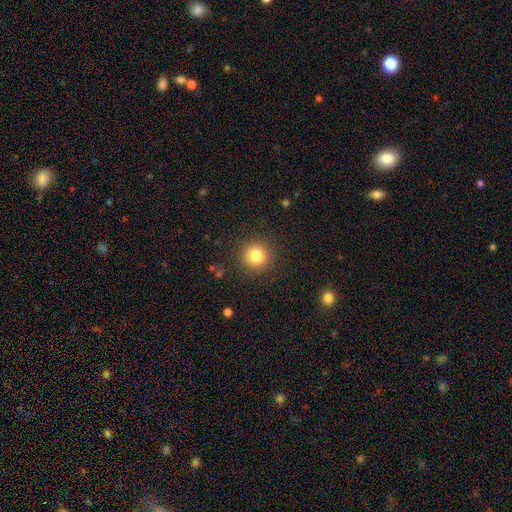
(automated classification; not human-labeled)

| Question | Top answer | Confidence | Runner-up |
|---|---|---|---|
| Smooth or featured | smooth | 82% | star or artifact (11%) |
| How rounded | round | 94% | in between (5%) |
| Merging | none | 90% | minor disturbance (6%) |